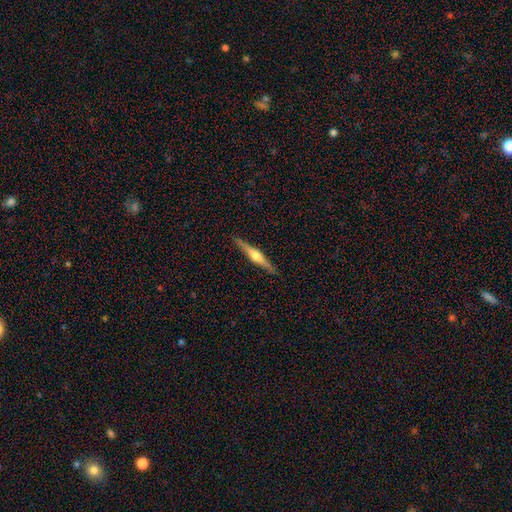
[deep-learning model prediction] A featured or disk galaxy (74%) viewed edge-on (98%) with a rounded central bulge (92%). Merging: none (91%).